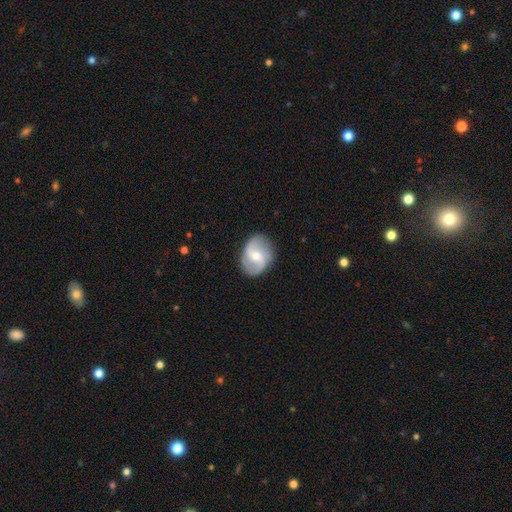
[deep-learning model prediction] Smooth or featured? featured or disk (78%)
Edge-on disk? no (97%)
Bar? weak (50%)
Spiral arms? yes (93%)
Spiral winding? loose (47%)
Spiral arm count? 2 (88%)
Bulge size? moderate (54%)
Merging? none (82%)